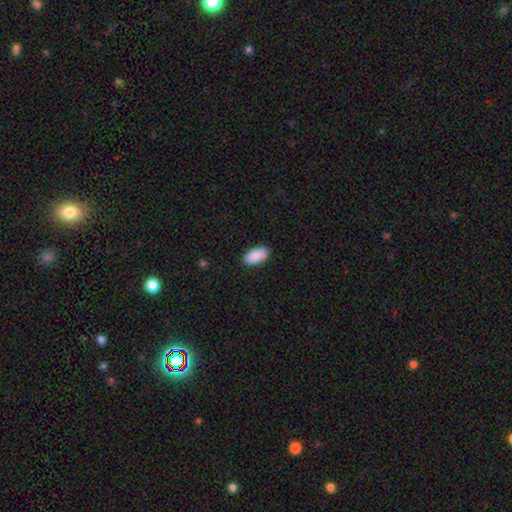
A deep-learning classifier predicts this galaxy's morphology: type=smooth (89%); roundness=in between (95%); merging=none (87%).